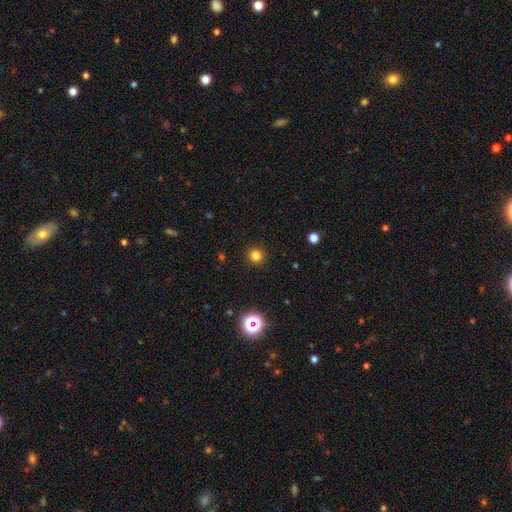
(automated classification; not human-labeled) Smooth or featured?
  - smooth: 79% *
  - star or artifact: 16%
  - featured or disk: 5%
How rounded?
  - round: 94% *
  - in between: 5%
  - cigar-shaped: 1%
Merging?
  - none: 92% *
  - minor disturbance: 5%
  - major disturbance: 2%
  - merger: 1%